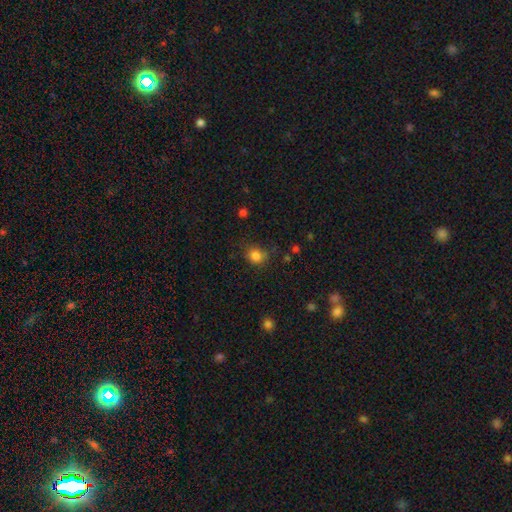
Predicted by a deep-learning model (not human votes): A smooth galaxy with no disk features (82%) that is round (75%). Merging: none (75%).